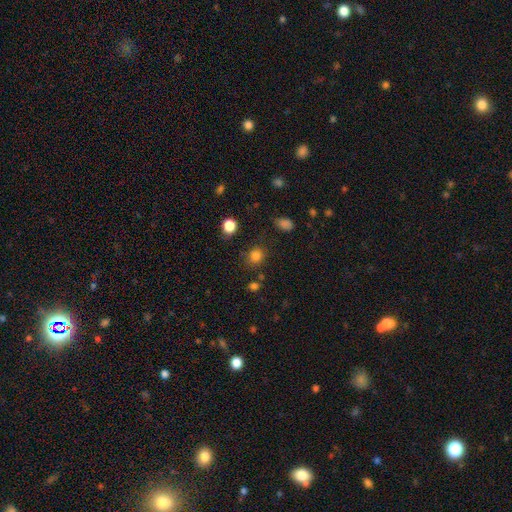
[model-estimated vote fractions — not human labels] Smooth or featured?
  - smooth: 79% *
  - star or artifact: 16%
  - featured or disk: 5%
How rounded?
  - round: 81% *
  - in between: 18%
  - cigar-shaped: 1%
Merging?
  - none: 78% *
  - minor disturbance: 13%
  - major disturbance: 5%
  - merger: 5%